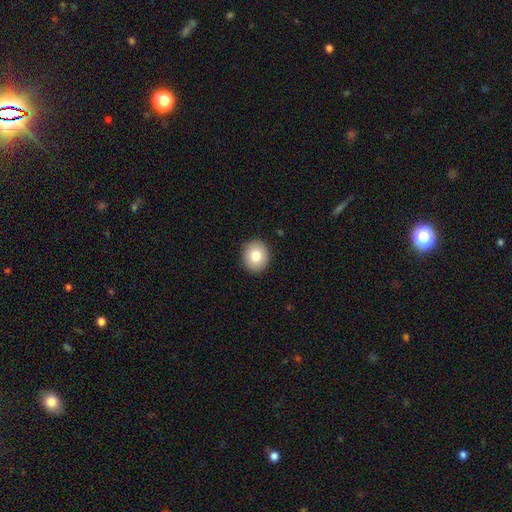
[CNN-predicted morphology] Smooth or featured: smooth — 81% (featured or disk — 11%)
How rounded: round — 84% (in between — 15%)
Merging: none — 91% (minor disturbance — 6%)